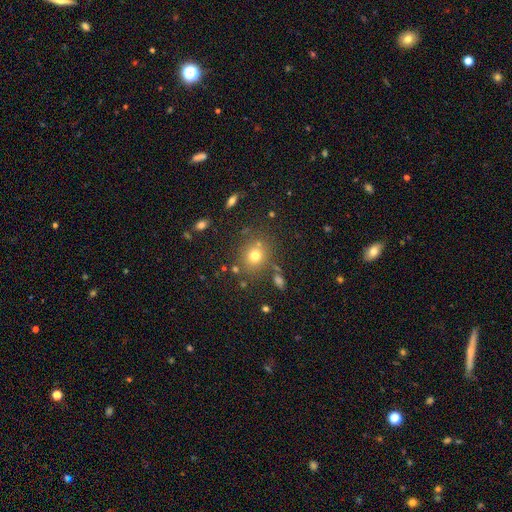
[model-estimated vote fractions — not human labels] smooth 70%, star or artifact 19%, featured or disk 11%. Down the decision tree: how rounded — round (78%); merging — none (78%).